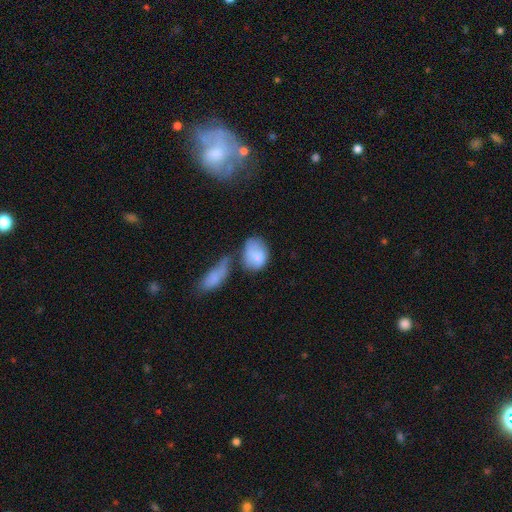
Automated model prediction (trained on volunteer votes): A smooth galaxy with no disk features (79%) that is in between round and cigar-shaped (69%). Merging: none (33%).